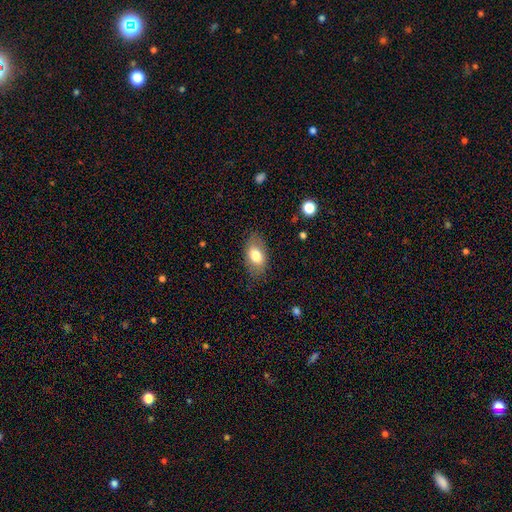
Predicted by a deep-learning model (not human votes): smooth_or_featured: smooth (p=0.75) [alt: featured or disk p=0.18]
how_rounded: in between (p=0.91) [alt: round p=0.07]
merging: none (p=0.80) [alt: minor disturbance p=0.15]